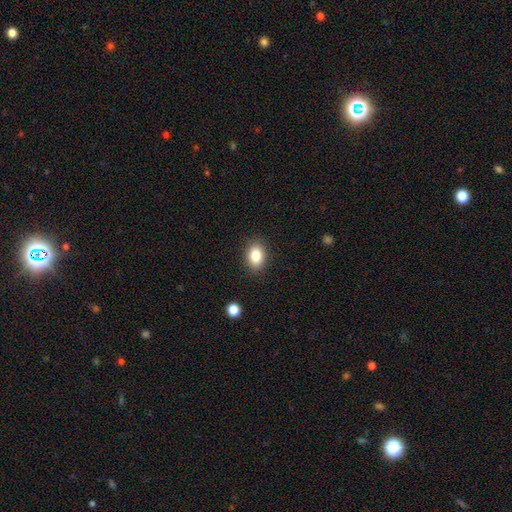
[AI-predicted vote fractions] The model was most divided on "how rounded": in between: 76%, round: 23%, cigar-shaped: 1%. More confident: merging — none (89%); smooth or featured — smooth (85%).